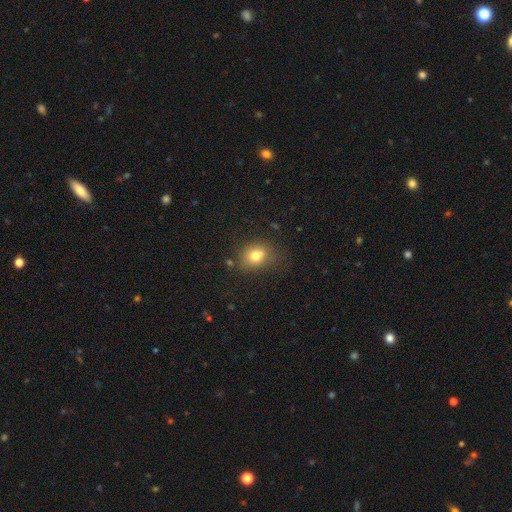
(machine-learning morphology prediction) smooth_or_featured: smooth (p=0.76) [alt: star or artifact p=0.12]
how_rounded: round (p=0.54) [alt: in between p=0.45]
merging: none (p=0.67) [alt: minor disturbance p=0.20]